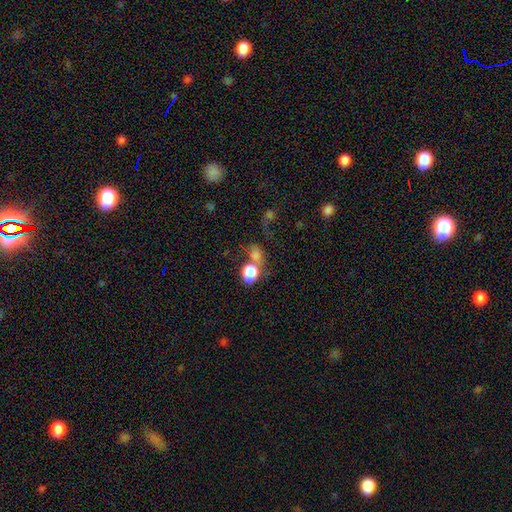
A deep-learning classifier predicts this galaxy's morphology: smooth 76%, star or artifact 15%, featured or disk 9%. Down the decision tree: how rounded — in between (52%); merging — merger (40%).